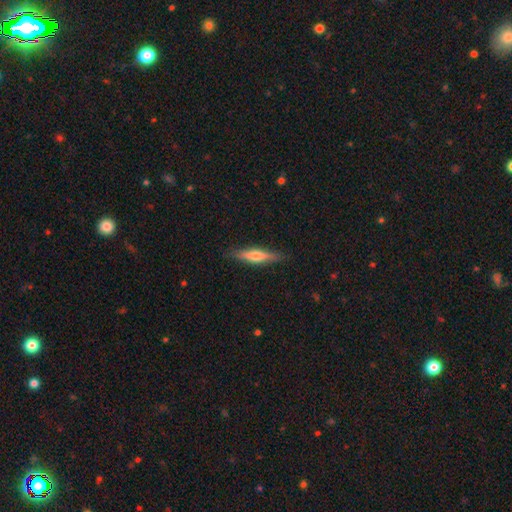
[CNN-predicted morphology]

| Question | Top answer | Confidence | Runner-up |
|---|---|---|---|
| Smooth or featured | smooth | 52% | featured or disk (43%) |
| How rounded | cigar-shaped | 82% | in between (16%) |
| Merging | none | 87% | minor disturbance (10%) |